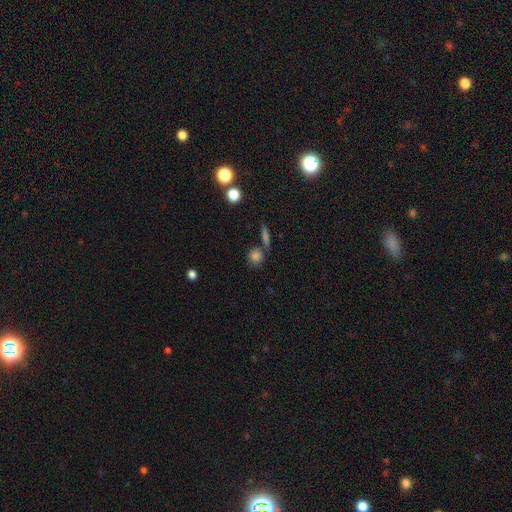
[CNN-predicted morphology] Q: Smooth or featured?
A: smooth (81%); runner-up: star or artifact (11%)
Q: How rounded?
A: round (83%); runner-up: in between (14%)
Q: Merging?
A: none (70%); runner-up: merger (15%)